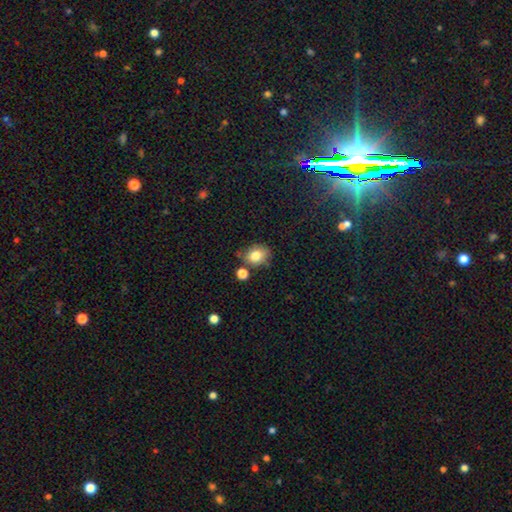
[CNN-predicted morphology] Smooth or featured: smooth — 80% (star or artifact — 10%)
How rounded: in between — 50% (round — 49%)
Merging: none — 65% (minor disturbance — 19%)